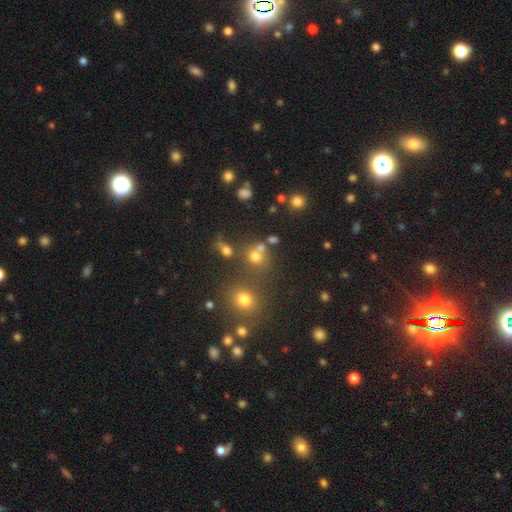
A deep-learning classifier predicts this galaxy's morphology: Q: Smooth or featured?
A: smooth (67%); runner-up: star or artifact (23%)
Q: How rounded?
A: round (83%); runner-up: in between (16%)
Q: Merging?
A: none (58%); runner-up: merger (27%)